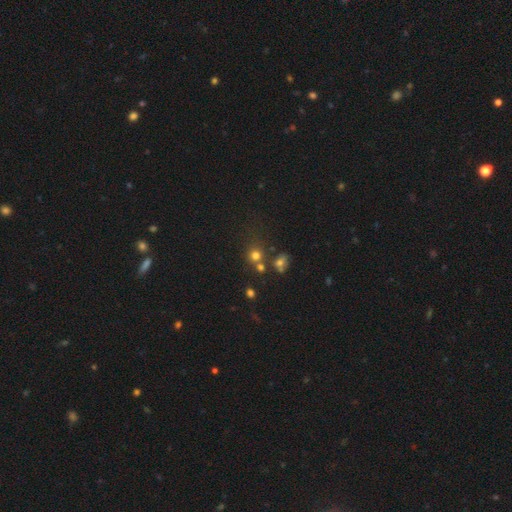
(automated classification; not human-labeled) smooth_or_featured: smooth (p=0.71) [alt: star or artifact p=0.20]
how_rounded: round (p=0.86) [alt: in between p=0.13]
merging: none (p=0.61) [alt: merger p=0.24]